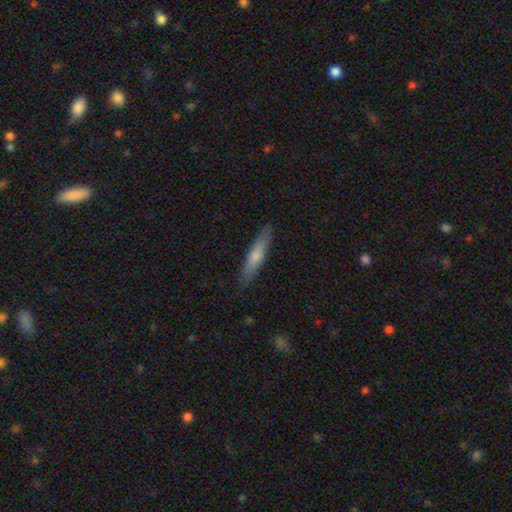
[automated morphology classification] This is likely a smooth galaxy (64%). How rounded: clearly cigar-shaped (90%). Merging: clearly none (87%).